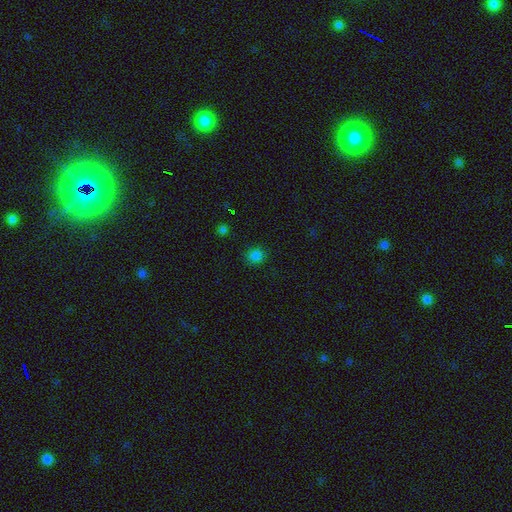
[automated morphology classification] Smooth or featured?
  - smooth: 81% *
  - star or artifact: 16%
  - featured or disk: 3%
How rounded?
  - round: 90% *
  - in between: 9%
  - cigar-shaped: 1%
Merging?
  - none: 90% *
  - minor disturbance: 7%
  - major disturbance: 2%
  - merger: 1%